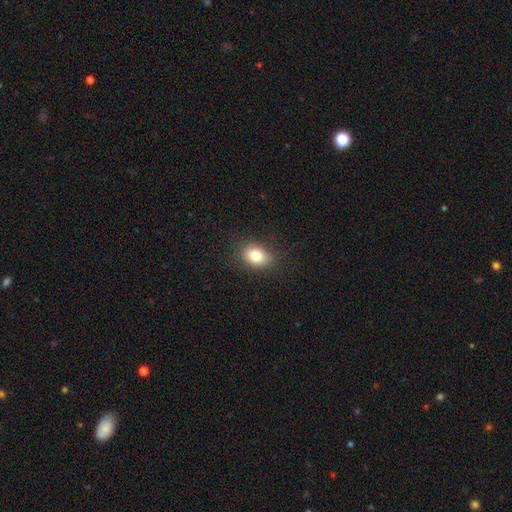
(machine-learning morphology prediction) Smooth or featured? smooth (80%)
How rounded? in between (70%)
Merging? none (84%)